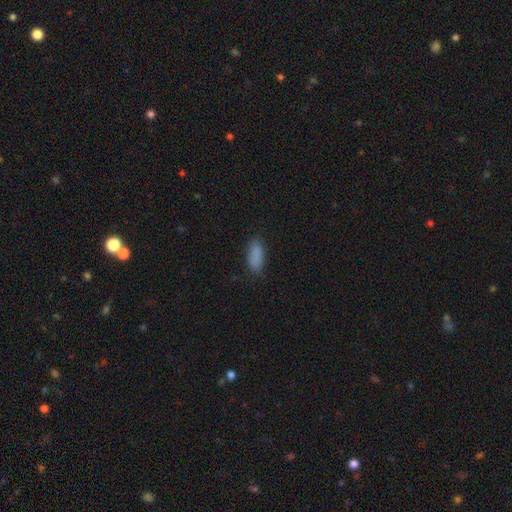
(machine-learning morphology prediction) smooth 87%, star or artifact 8%, featured or disk 5%. Down the decision tree: how rounded — in between (75%); merging — none (80%).